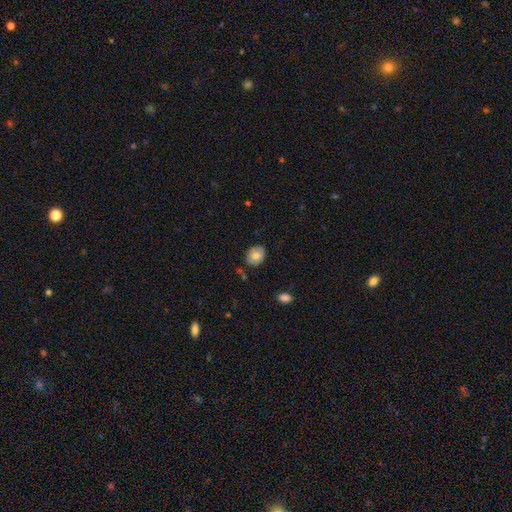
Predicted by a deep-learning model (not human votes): smooth-or-featured: smooth: 73% | featured or disk: 19% | star or artifact: 8%
  how-rounded: in between: 51% | round: 48% | cigar-shaped: 1%
  merging: none: 82% | minor disturbance: 14% | major disturbance: 3% | merger: 2%